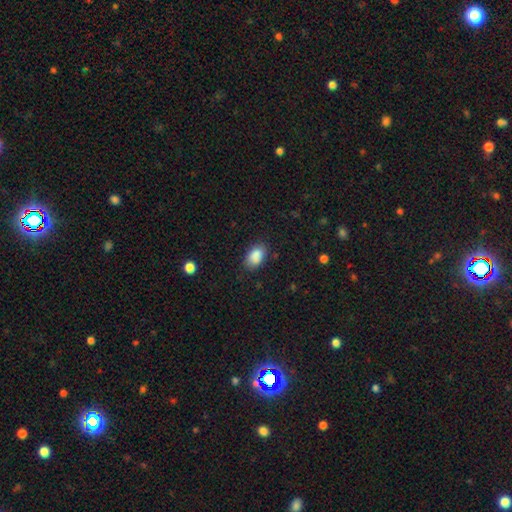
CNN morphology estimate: Q: Smooth or featured?
A: smooth (87%); runner-up: star or artifact (8%)
Q: How rounded?
A: in between (91%); runner-up: round (8%)
Q: Merging?
A: none (77%); runner-up: minor disturbance (17%)